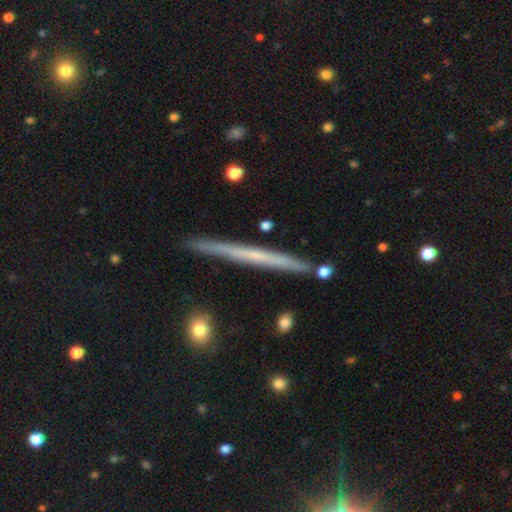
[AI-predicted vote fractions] smooth-or-featured: featured or disk: 56% | smooth: 38% | star or artifact: 6%
  disk-edge-on: yes: 97% | no: 3%
    edge-on-bulge: none: 87% | rounded: 10% | boxy: 3%
  merging: none: 88% | minor disturbance: 9% | merger: 2% | major disturbance: 1%